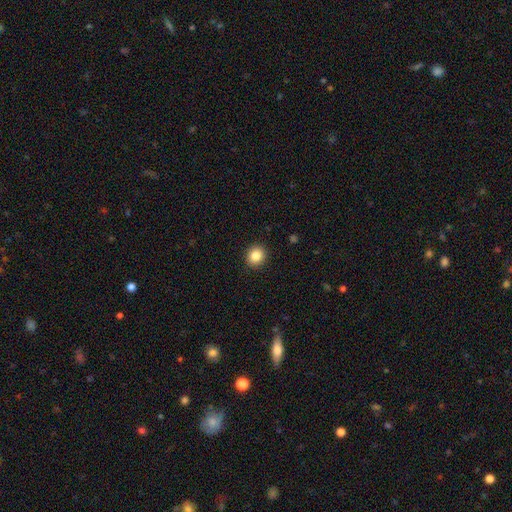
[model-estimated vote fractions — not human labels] This appears to be a smooth galaxy with no disk features (85%) that is round (82%). Merging: none (92%).